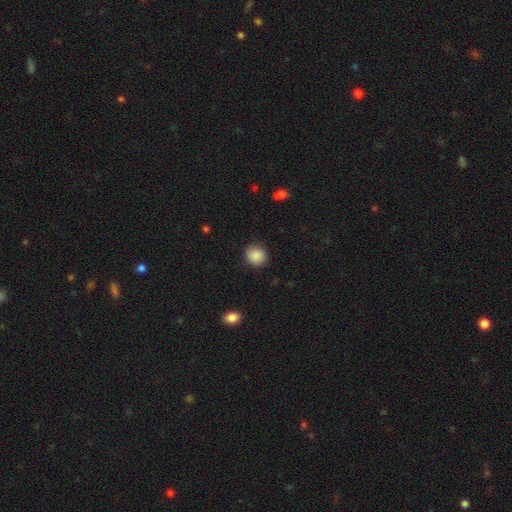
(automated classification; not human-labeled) This appears to be a smooth galaxy with no disk features (88%) that is round (85%). Merging: none (88%).